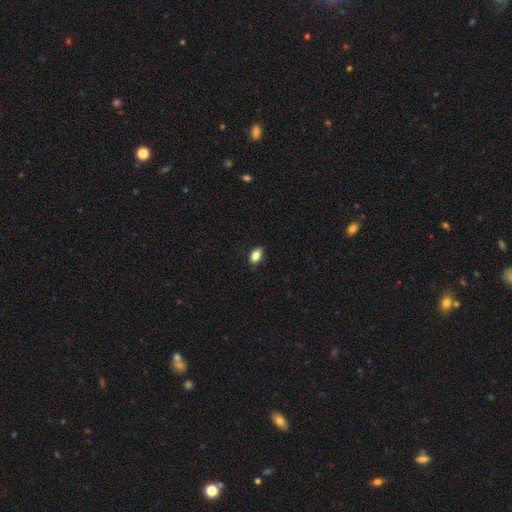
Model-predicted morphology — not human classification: Smooth or featured? smooth (81%)
How rounded? in between (86%)
Merging? none (79%)